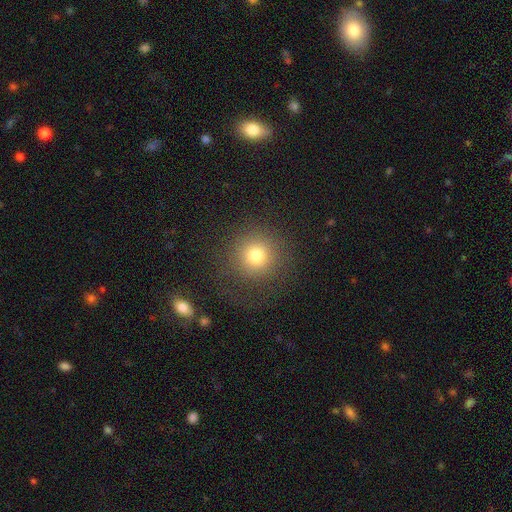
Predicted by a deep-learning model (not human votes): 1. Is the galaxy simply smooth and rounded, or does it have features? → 76% smooth, 15% star or artifact, 9% featured or disk.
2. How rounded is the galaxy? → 93% round, 6% in between, 1% cigar-shaped.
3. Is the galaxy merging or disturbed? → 83% none, 9% minor disturbance, 7% major disturbance, 1% merger.